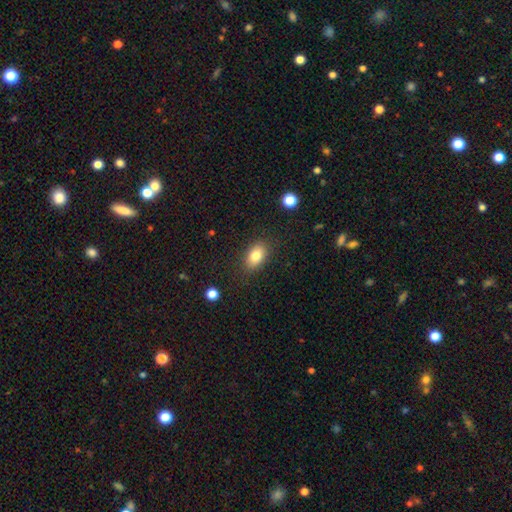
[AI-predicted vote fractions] The model was most divided on "smooth or featured": smooth: 82%, featured or disk: 10%, star or artifact: 8%. More confident: how rounded — in between (88%); merging — none (85%).